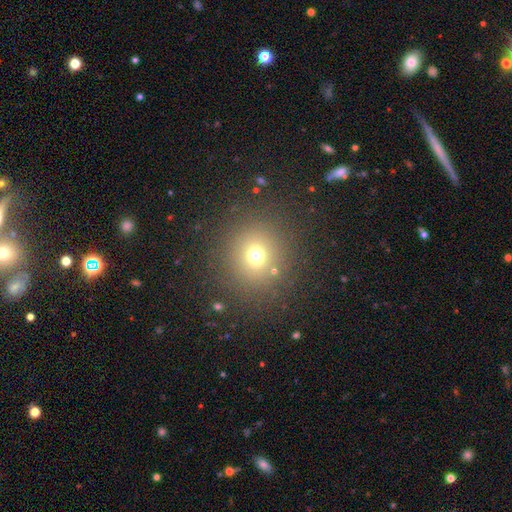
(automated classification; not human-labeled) Overall: smooth (70%). How rounded: round (89%). Merging: none (86%).